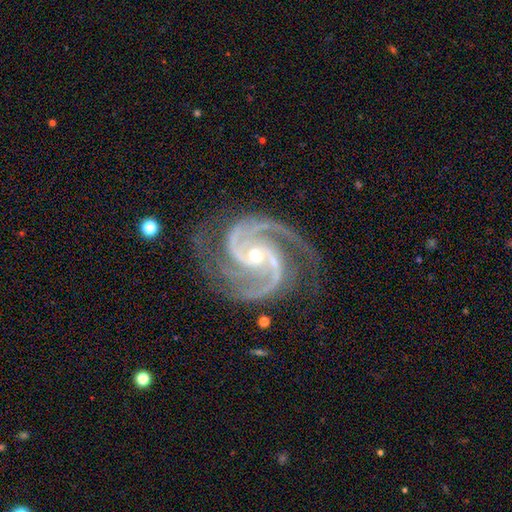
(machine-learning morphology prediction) type=featured or disk (94%); edge-on=no (98%); bar=no (52%); spiral arms=yes (99%); winding=medium (55%); arm count=2 (51%); bulge=small (51%); merging=none (76%).